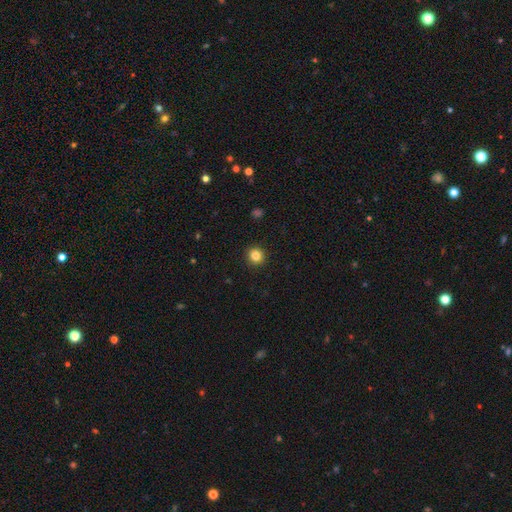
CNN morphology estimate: This is clearly a smooth galaxy (84%). How rounded: clearly round (93%). Merging: clearly none (93%).